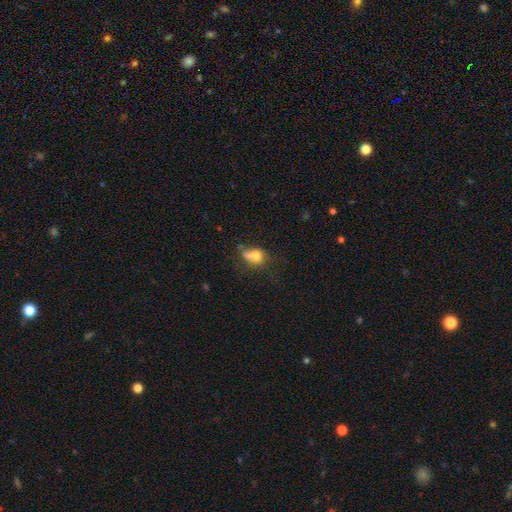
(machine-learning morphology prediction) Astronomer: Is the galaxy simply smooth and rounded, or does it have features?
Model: smooth — 70%.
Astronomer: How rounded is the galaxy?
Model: in between — 50% (runner-up: round, 48%).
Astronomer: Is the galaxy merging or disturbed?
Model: none — 33% (runner-up: merger, 32%).